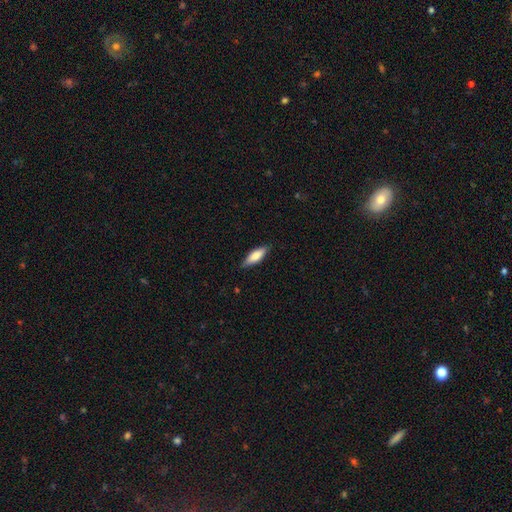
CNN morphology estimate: Smooth or featured? smooth (74%)
How rounded? in between (54%)
Merging? none (84%)